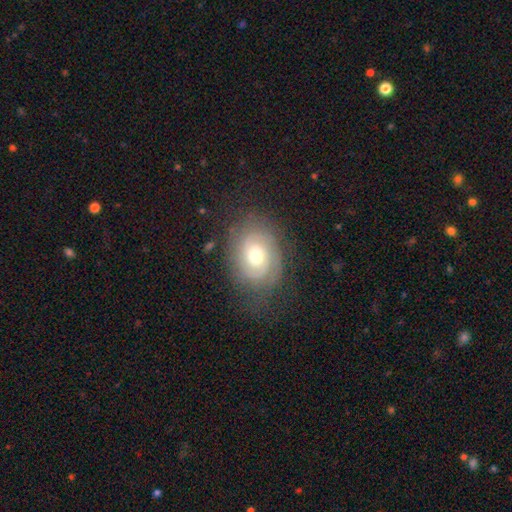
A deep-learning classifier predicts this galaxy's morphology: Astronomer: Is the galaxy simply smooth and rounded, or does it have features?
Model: featured or disk — 75%.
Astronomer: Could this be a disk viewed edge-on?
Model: no — 96%.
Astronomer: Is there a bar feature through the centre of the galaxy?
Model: no — 70%.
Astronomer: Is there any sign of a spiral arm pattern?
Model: yes — 91%.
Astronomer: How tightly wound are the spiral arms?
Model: tight — 67%.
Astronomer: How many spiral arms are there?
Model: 2 — 53%.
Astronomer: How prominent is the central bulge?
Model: moderate — 67%.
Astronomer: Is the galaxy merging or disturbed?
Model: none — 76%.